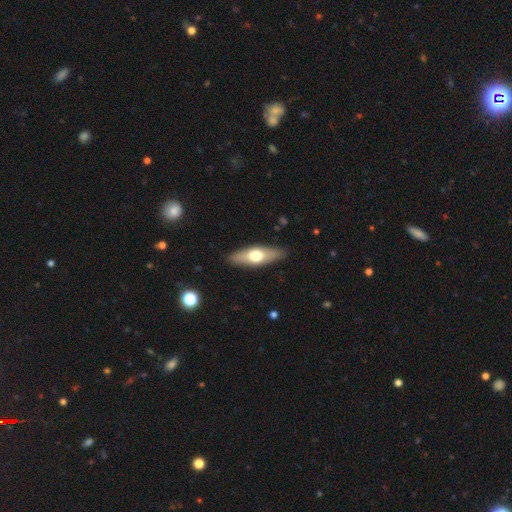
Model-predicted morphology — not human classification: Smooth or featured? Predicted: smooth (p=0.55). How rounded? Predicted: in between (p=0.54). Merging? Predicted: none (p=0.89).